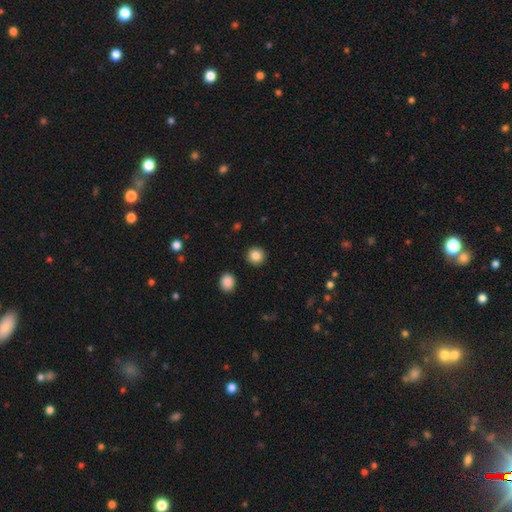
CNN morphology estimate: This appears to be a smooth galaxy with no disk features (85%) that is round (93%). Merging: none (92%).